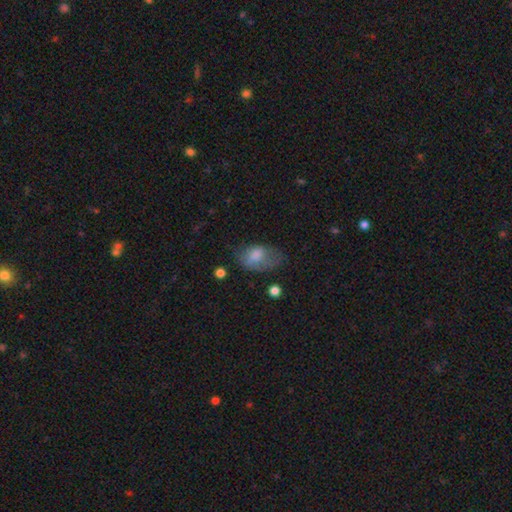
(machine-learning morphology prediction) smooth-or-featured: smooth: 72% | featured or disk: 19% | star or artifact: 9%
  how-rounded: in between: 88% | round: 11% | cigar-shaped: 2%
  merging: none: 35% | minor disturbance: 33% | major disturbance: 29% | merger: 3%